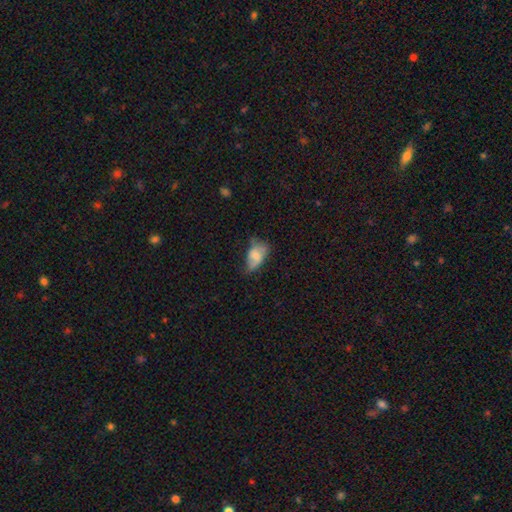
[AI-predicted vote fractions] Smooth or featured?
  - smooth: 70% *
  - featured or disk: 22%
  - star or artifact: 8%
How rounded?
  - in between: 91% *
  - round: 6%
  - cigar-shaped: 2%
Merging?
  - minor disturbance: 41% *
  - none: 33%
  - major disturbance: 23%
  - merger: 3%